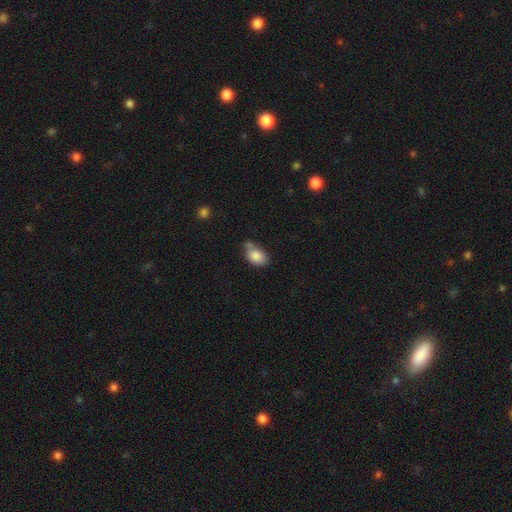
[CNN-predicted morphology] type=smooth (84%); roundness=in between (84%); merging=none (49%).